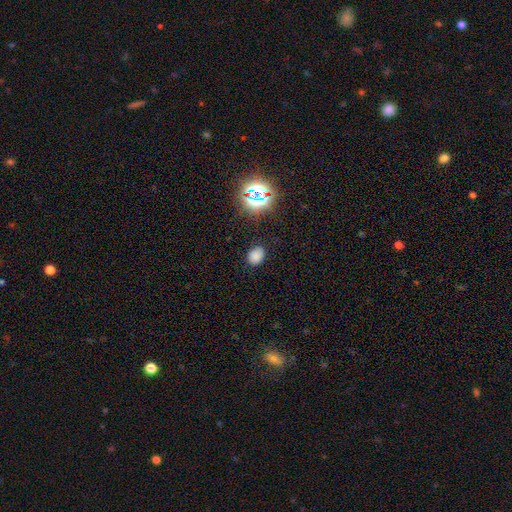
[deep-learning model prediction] smooth-or-featured: smooth: 76% | star or artifact: 19% | featured or disk: 5%
  how-rounded: in between: 60% | round: 39% | cigar-shaped: 1%
  merging: none: 83% | minor disturbance: 12% | major disturbance: 3% | merger: 1%